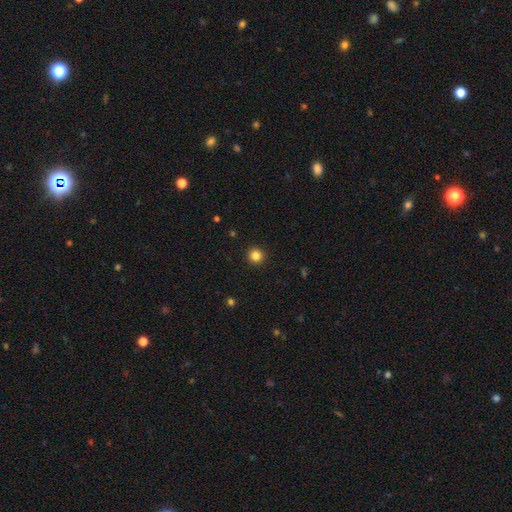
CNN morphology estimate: Q: Smooth or featured?
A: smooth (84%); runner-up: star or artifact (12%)
Q: How rounded?
A: round (95%); runner-up: in between (4%)
Q: Merging?
A: none (93%); runner-up: minor disturbance (4%)